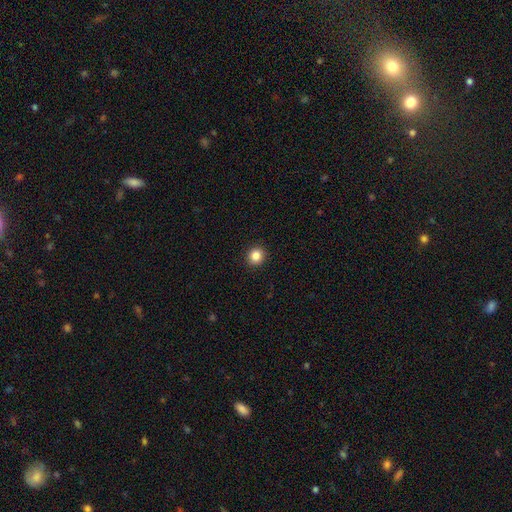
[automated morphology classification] Q: Smooth or featured?
A: smooth (85%); runner-up: star or artifact (11%)
Q: How rounded?
A: round (91%); runner-up: in between (8%)
Q: Merging?
A: none (93%); runner-up: minor disturbance (4%)